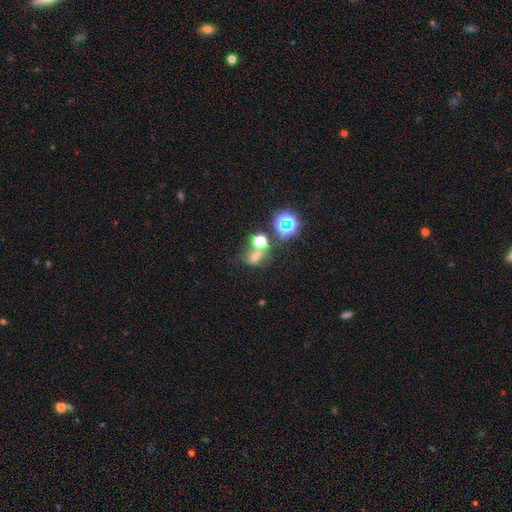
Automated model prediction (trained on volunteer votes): Smooth or featured? smooth (50%)
How rounded? round (50%)
Merging? none (38%, tied with merger)